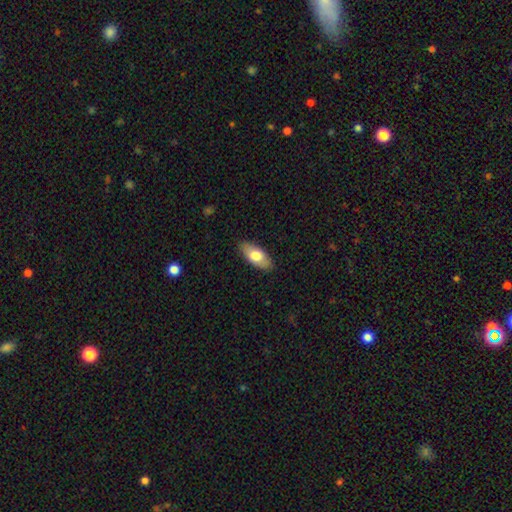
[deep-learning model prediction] The model was most divided on "smooth or featured": smooth: 73%, featured or disk: 21%, star or artifact: 6%. More confident: how rounded — in between (89%); merging — none (87%).